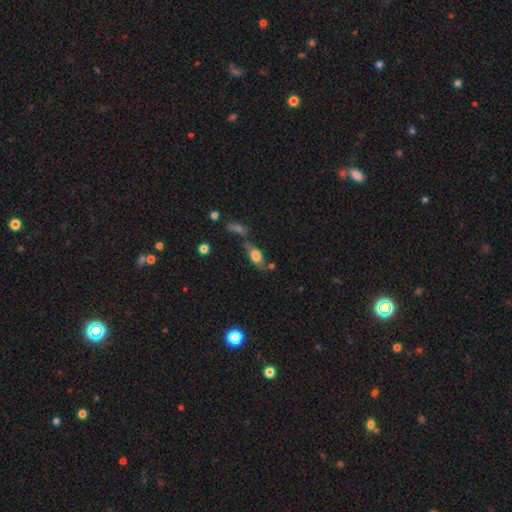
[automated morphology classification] Smooth or featured?
  - smooth: 64% *
  - featured or disk: 26%
  - star or artifact: 10%
How rounded?
  - in between: 78% *
  - cigar-shaped: 16%
  - round: 6%
Merging?
  - none: 50% *
  - merger: 22%
  - minor disturbance: 19%
  - major disturbance: 9%